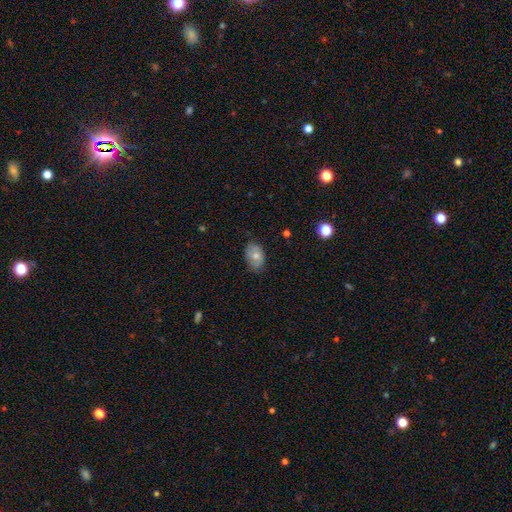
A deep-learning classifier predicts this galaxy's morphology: This appears to be a smooth galaxy with no disk features (69%) that is in between round and cigar-shaped (84%). Merging: none (75%).